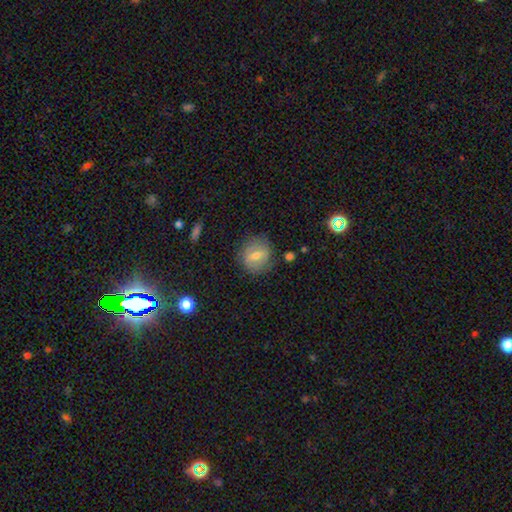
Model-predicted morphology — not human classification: This is possibly a smooth galaxy (52%). How rounded: likely round (77%). Merging: clearly none (81%).